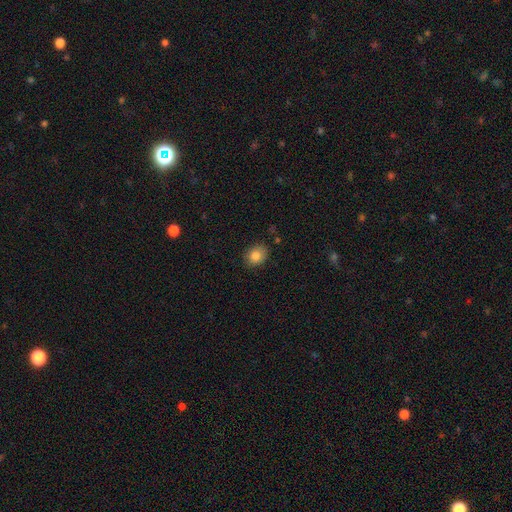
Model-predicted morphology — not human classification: A smooth galaxy with no disk features (84%) that is round (51%). Merging: none (84%).